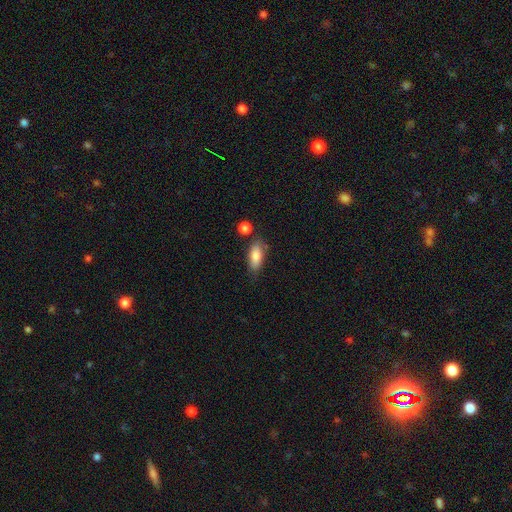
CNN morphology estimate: Overall: smooth (82%). How rounded: in between (82%). Merging: none (73%).